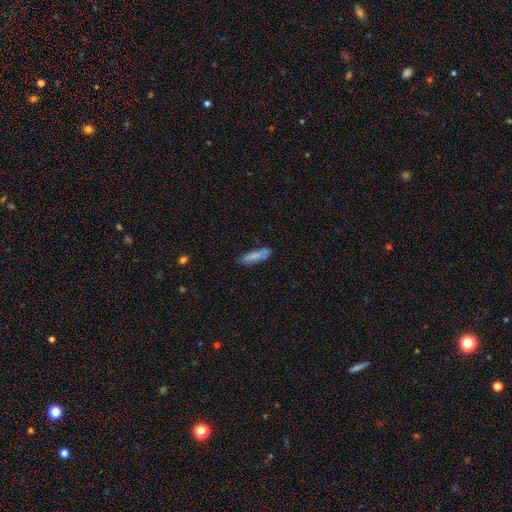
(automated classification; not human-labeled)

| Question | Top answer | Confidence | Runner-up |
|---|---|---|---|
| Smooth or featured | smooth | 76% | featured or disk (17%) |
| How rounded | cigar-shaped | 66% | in between (32%) |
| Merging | none | 66% | minor disturbance (21%) |